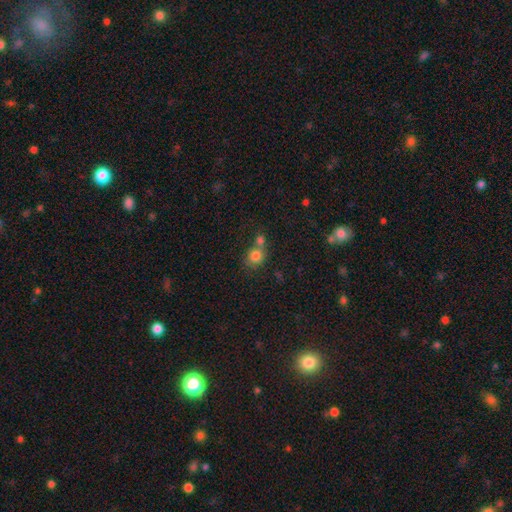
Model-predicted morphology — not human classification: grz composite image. It shows a smooth galaxy with no disk features (81%) that is round (77%). Merging: none (44%).